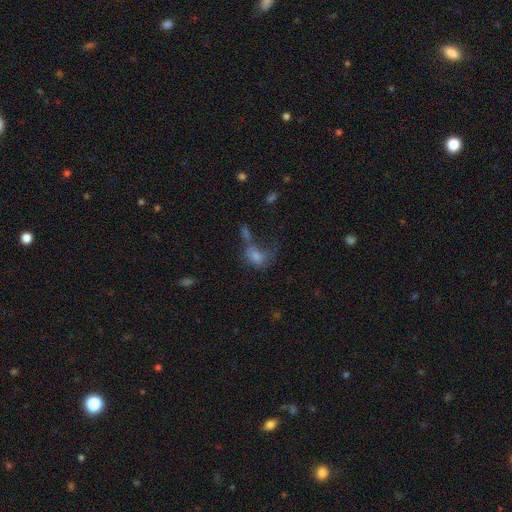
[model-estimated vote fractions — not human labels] The model was most divided on "merging": merger: 35%, major disturbance: 31%, none: 20%, minor disturbance: 14%. More confident: how rounded — in between (73%); smooth or featured — smooth (68%).